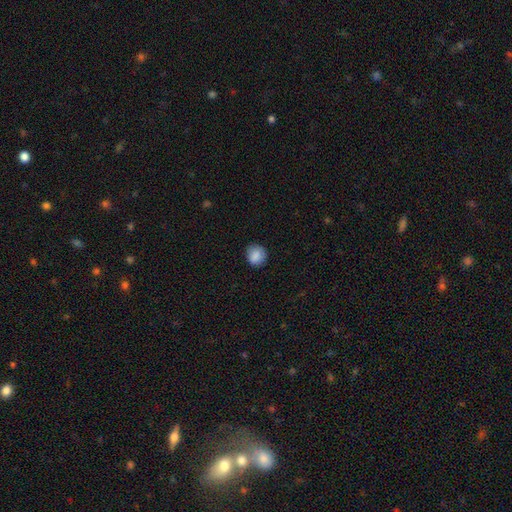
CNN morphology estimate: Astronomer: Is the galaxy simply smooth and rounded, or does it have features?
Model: smooth — 87%.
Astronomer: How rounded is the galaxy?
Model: round — 84%.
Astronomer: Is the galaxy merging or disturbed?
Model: none — 82%.